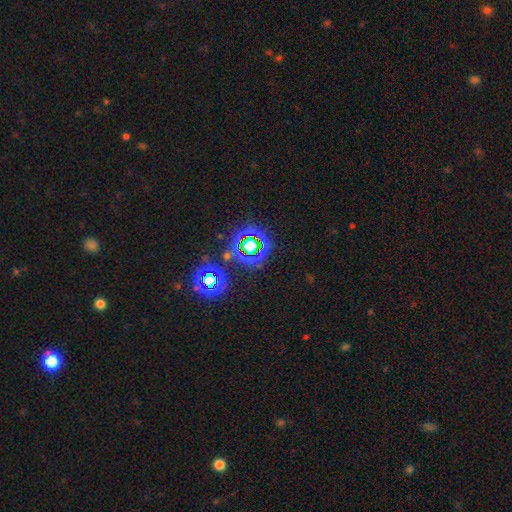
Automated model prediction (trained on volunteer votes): Smooth or featured: smooth — 45% (star or artifact — 43%)
Merging: none — 66% (merger — 20%)